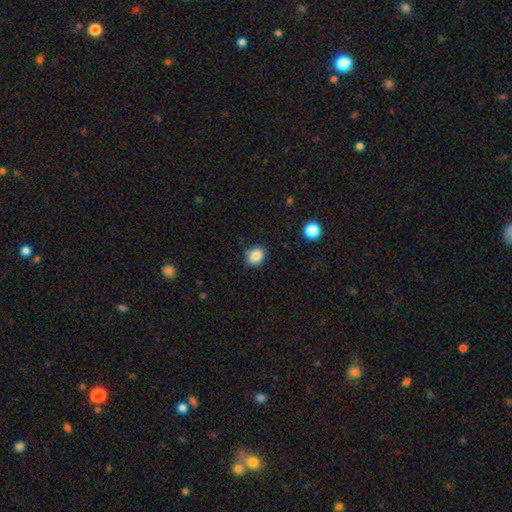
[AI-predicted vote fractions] Smooth or featured? Predicted: smooth (p=0.86). How rounded? Predicted: round (p=0.60). Merging? Predicted: none (p=0.77).